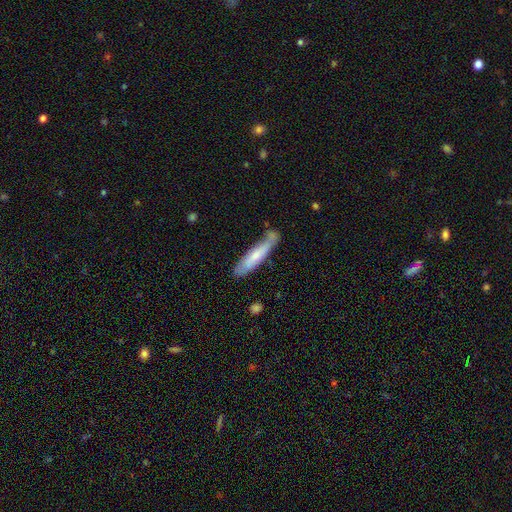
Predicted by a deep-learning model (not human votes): Smooth or featured? smooth (58%)
How rounded? cigar-shaped (82%)
Merging? none (62%)